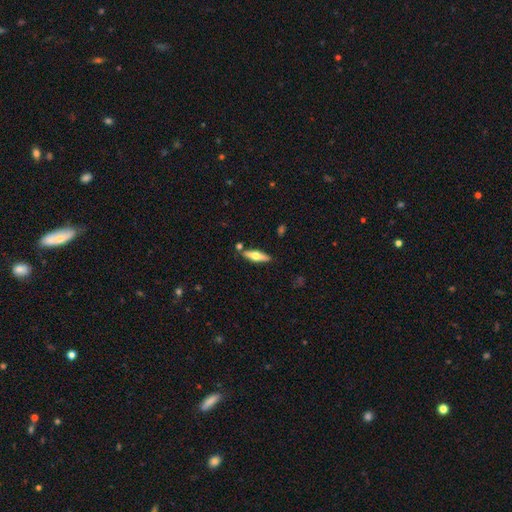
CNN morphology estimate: Smooth or featured? Predicted: featured or disk (p=0.48). Merging? Predicted: none (p=0.82).